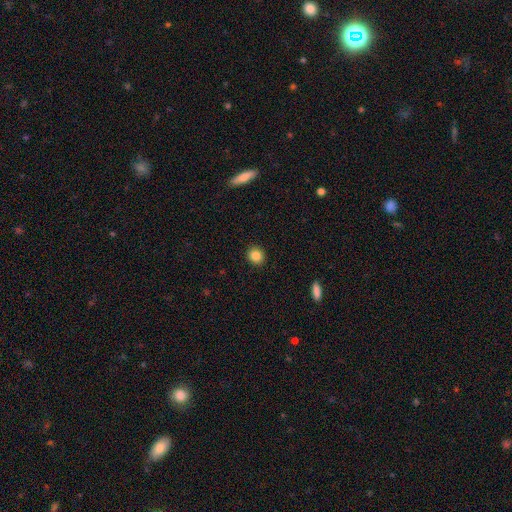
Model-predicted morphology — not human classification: Smooth or featured? smooth (85%)
How rounded? round (85%)
Merging? none (92%)